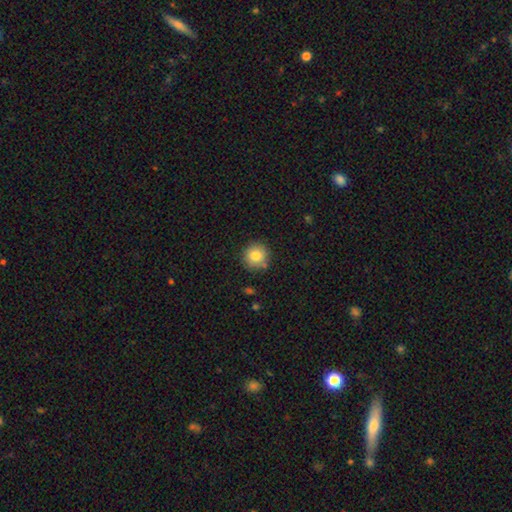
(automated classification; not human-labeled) Smooth or featured: smooth — 81% (star or artifact — 10%)
How rounded: round — 94% (in between — 5%)
Merging: none — 84% (minor disturbance — 10%)